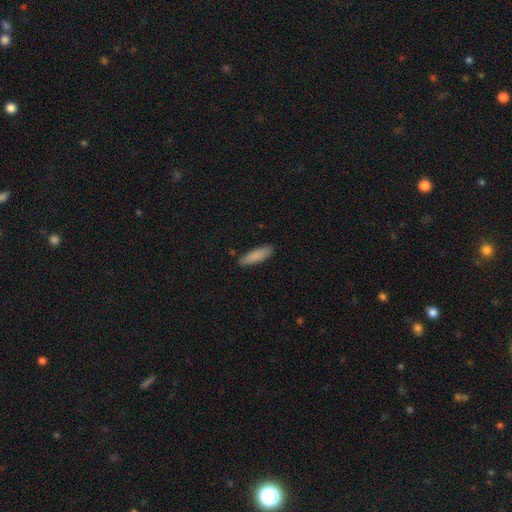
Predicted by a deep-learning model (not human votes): The model was most divided on "how rounded": cigar-shaped: 55%, in between: 43%, round: 1%. More confident: smooth or featured — smooth (86%); merging — none (85%).